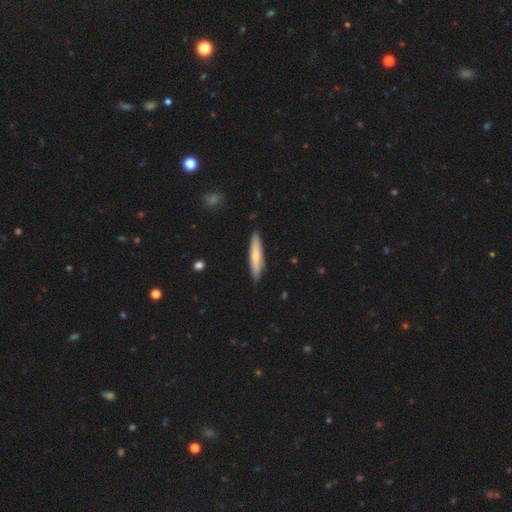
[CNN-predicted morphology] Overall: smooth (65%; featured or disk 29%). How rounded: cigar-shaped (86%). Merging: none (88%).